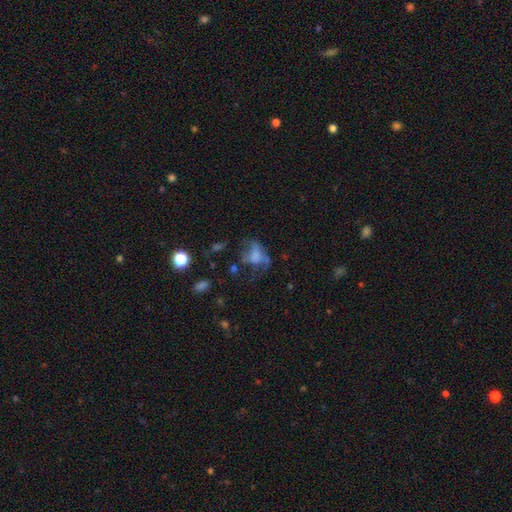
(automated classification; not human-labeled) Overall: smooth (48%; featured or disk 37%). Merging: major disturbance (45%; none 28%).